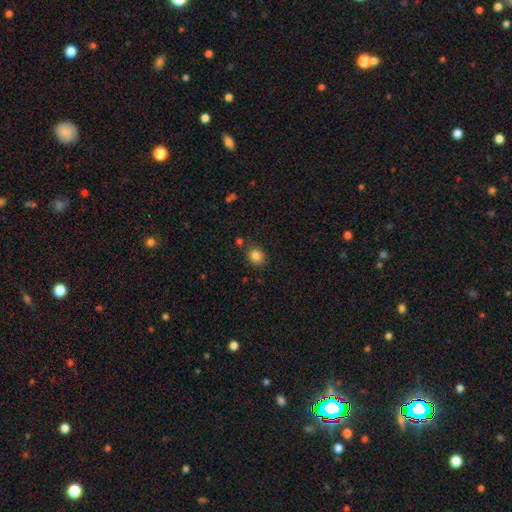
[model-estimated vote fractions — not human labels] Smooth or featured?
  - smooth: 85% *
  - star or artifact: 11%
  - featured or disk: 5%
How rounded?
  - round: 76% *
  - in between: 23%
  - cigar-shaped: 1%
Merging?
  - none: 77% *
  - minor disturbance: 13%
  - merger: 6%
  - major disturbance: 4%